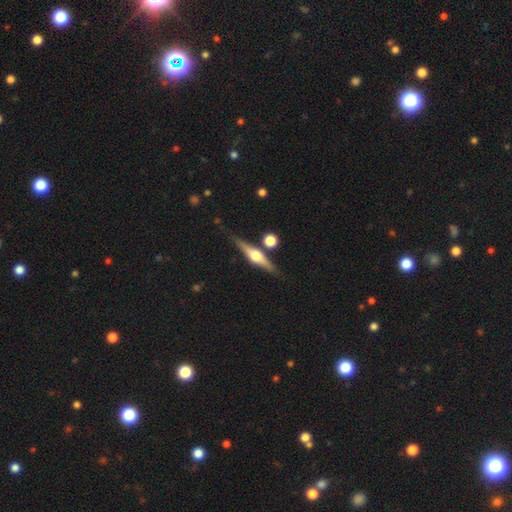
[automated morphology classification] A featured or disk galaxy (76%) viewed edge-on (97%) with a rounded central bulge (95%).

Vote fractions:
- Smooth or featured? featured or disk: 76% / smooth: 18% / star or artifact: 6%
- Edge-on disk? yes: 97% / no: 3%
- Edge-on bulge? rounded: 95% / boxy: 4% / none: 2%
- Merging? none: 81% / minor disturbance: 10% / merger: 7% / major disturbance: 2%